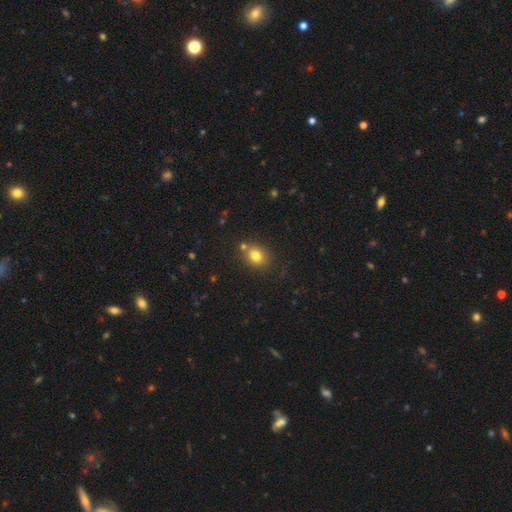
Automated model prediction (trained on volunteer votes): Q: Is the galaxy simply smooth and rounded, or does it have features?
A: smooth — 79%.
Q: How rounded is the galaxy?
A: round — 60%.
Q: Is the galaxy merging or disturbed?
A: none — 75%.